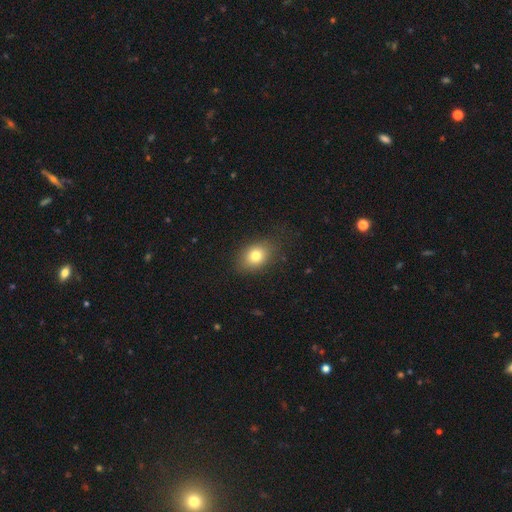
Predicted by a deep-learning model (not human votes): smooth 78%, featured or disk 11%, star or artifact 11%. Down the decision tree: how rounded — in between (65%); merging — none (80%).